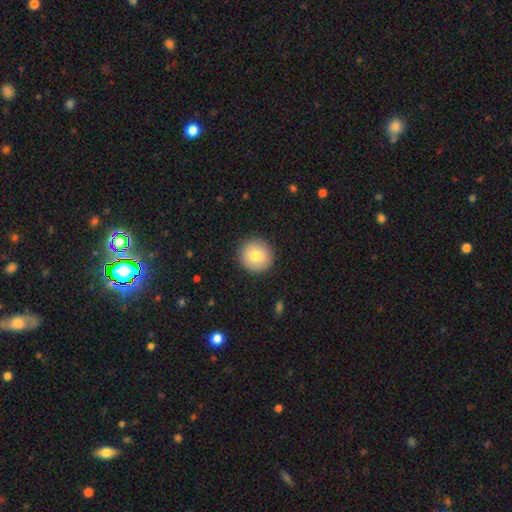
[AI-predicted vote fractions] smooth 81%, featured or disk 12%, star or artifact 8%. Down the decision tree: how rounded — round (94%); merging — none (91%).